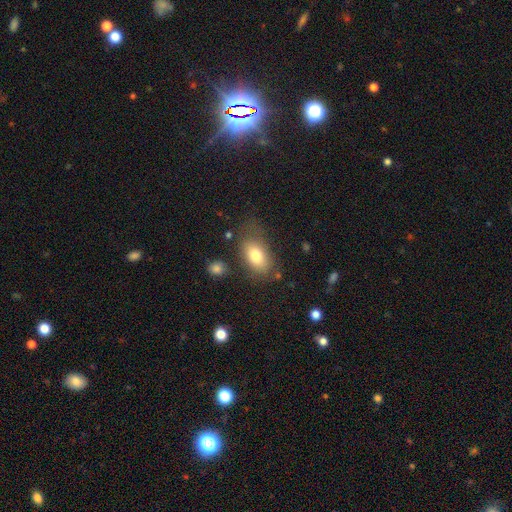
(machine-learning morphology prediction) Smooth or featured? Predicted: smooth (p=0.77). How rounded? Predicted: in between (p=0.88). Merging? Predicted: none (p=0.64).